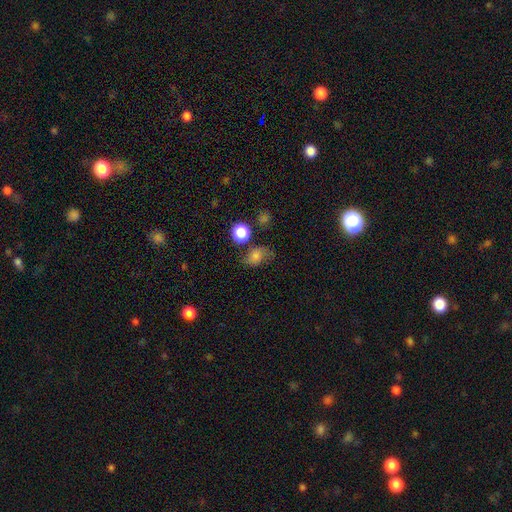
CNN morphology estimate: Q: Smooth or featured?
A: smooth (69%); runner-up: featured or disk (16%)
Q: How rounded?
A: in between (59%); runner-up: round (39%)
Q: Merging?
A: none (58%); runner-up: minor disturbance (25%)